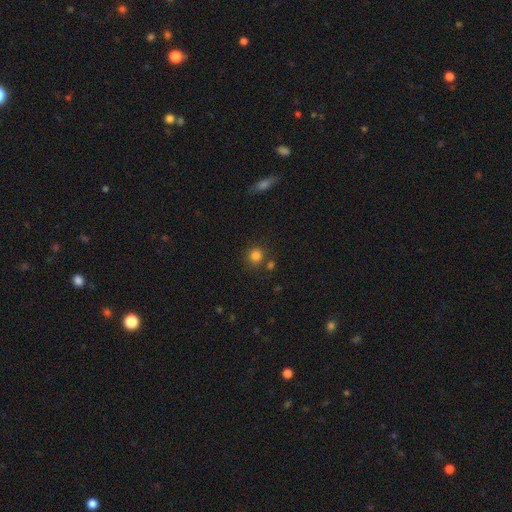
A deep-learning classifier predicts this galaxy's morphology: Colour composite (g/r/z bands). It shows a smooth galaxy with no disk features (83%) that is round (86%). Merging: none (75%).